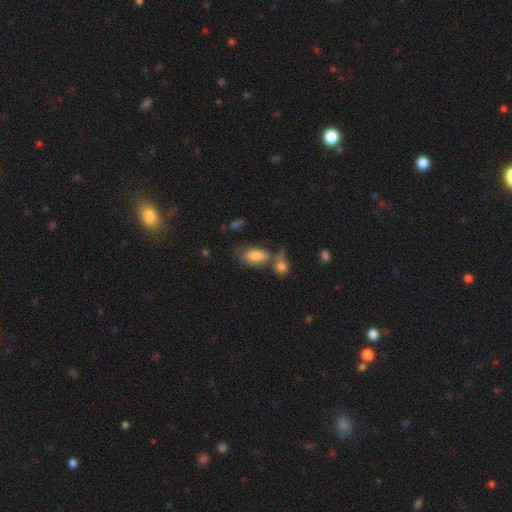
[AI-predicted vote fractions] This is likely a smooth galaxy (78%). How rounded: clearly in between (89%). Merging: marginally none (41%).